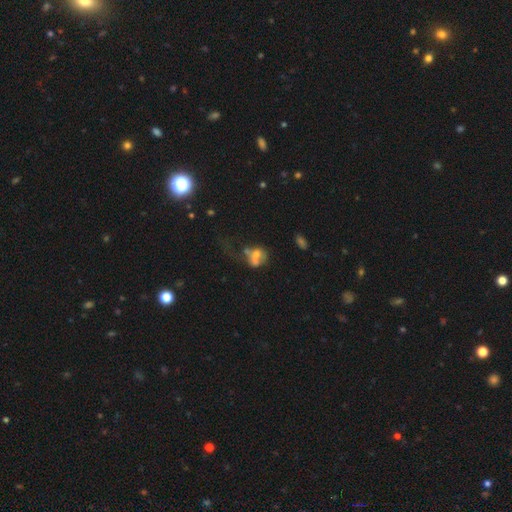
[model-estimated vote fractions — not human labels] Smooth or featured: smooth — 49% (featured or disk — 36%)
Merging: merger — 44% (major disturbance — 23%)